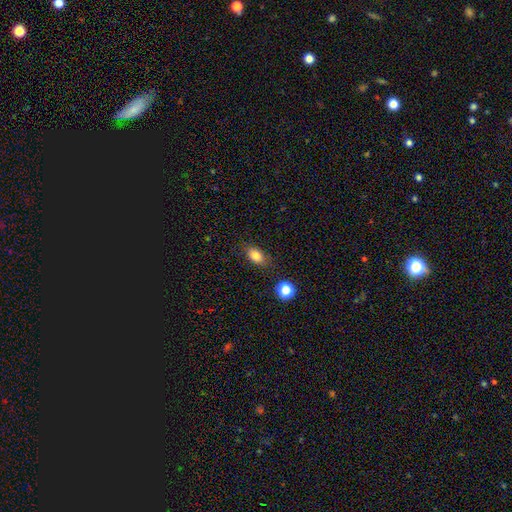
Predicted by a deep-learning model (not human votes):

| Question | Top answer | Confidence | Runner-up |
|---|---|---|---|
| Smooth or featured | smooth | 82% | star or artifact (10%) |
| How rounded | in between | 82% | round (16%) |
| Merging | none | 82% | minor disturbance (13%) |